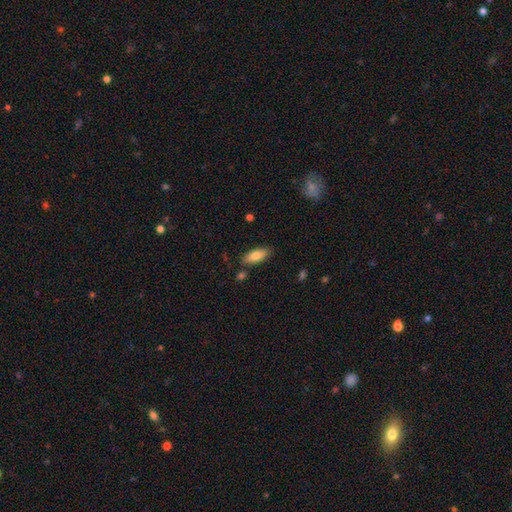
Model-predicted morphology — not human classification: Smooth or featured?
  - smooth: 79% *
  - featured or disk: 14%
  - star or artifact: 7%
How rounded?
  - in between: 79% *
  - cigar-shaped: 19%
  - round: 2%
Merging?
  - none: 80% *
  - minor disturbance: 13%
  - merger: 4%
  - major disturbance: 3%